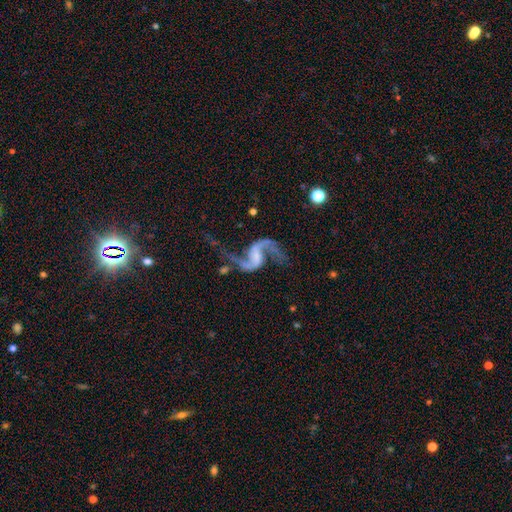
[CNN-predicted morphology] Overall: featured or disk (92%). Edge-on disk: no (98%). Bar: weak (43%; no 32%). Spiral arms: yes (97%). Spiral arm count: 2 (94%). Spiral winding: loose (82%). Bulge size: none (49%; small 32%). Merging: none (59%).